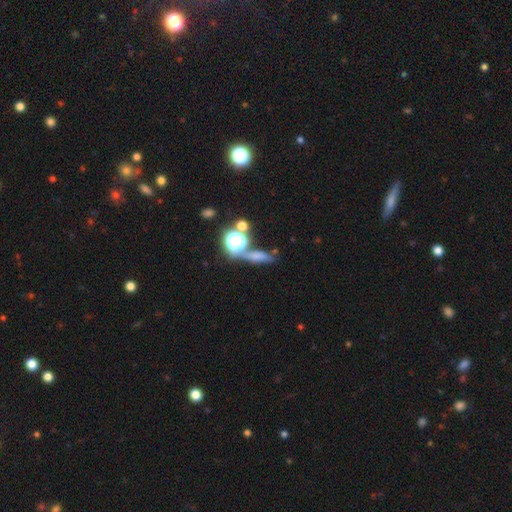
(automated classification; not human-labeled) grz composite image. It shows a smooth galaxy with no disk features (54%) that is cigar-shaped (36%). Merging: none (60%).